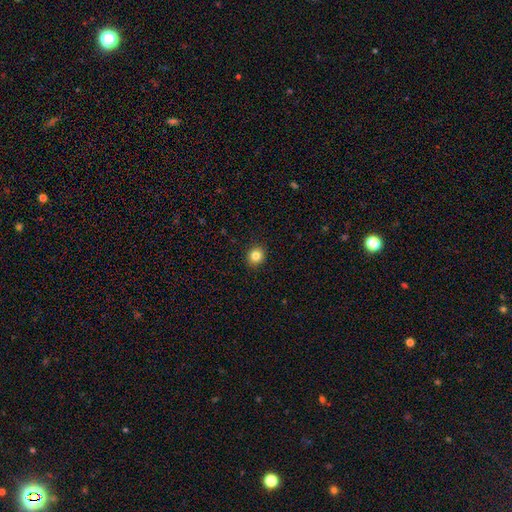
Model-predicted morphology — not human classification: The model was most divided on "how rounded": round: 84%, in between: 15%, cigar-shaped: 1%. More confident: merging — none (92%); smooth or featured — smooth (84%).